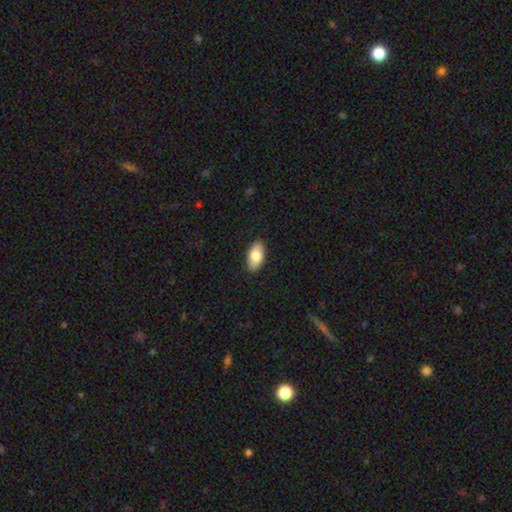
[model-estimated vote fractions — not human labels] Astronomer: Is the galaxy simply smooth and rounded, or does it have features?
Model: smooth — 79%.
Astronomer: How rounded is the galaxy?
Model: in between — 93%.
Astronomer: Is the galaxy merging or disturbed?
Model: none — 88%.